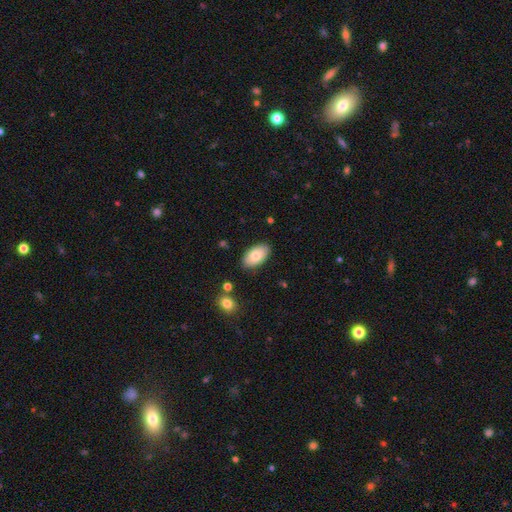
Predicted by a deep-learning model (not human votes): A smooth galaxy with no disk features (79%) that is in between round and cigar-shaped (95%).

Vote fractions:
- Smooth or featured? smooth: 79% / featured or disk: 14% / star or artifact: 6%
- How rounded? in between: 95% / round: 3% / cigar-shaped: 2%
- Merging? none: 87% / minor disturbance: 10% / major disturbance: 2% / merger: 2%